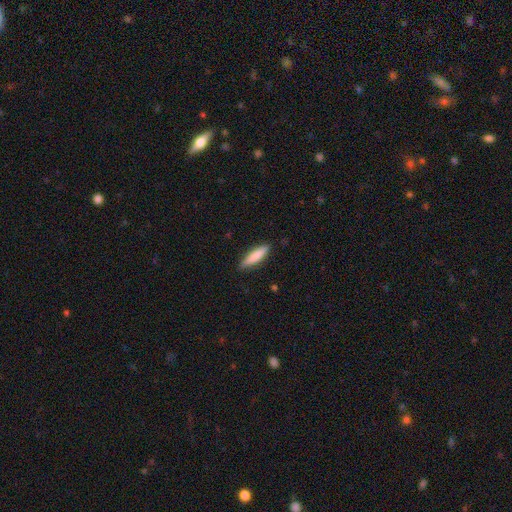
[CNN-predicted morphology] Overall: smooth (79%). How rounded: cigar-shaped (78%). Merging: none (86%).